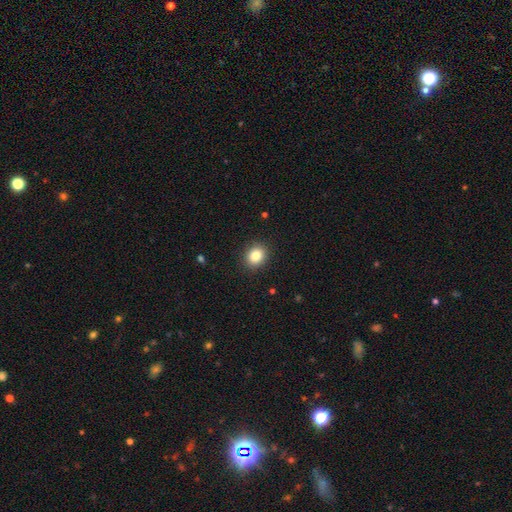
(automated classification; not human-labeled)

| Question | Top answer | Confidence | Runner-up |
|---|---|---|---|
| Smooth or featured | smooth | 84% | star or artifact (10%) |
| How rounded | round | 68% | in between (31%) |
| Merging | none | 90% | minor disturbance (7%) |